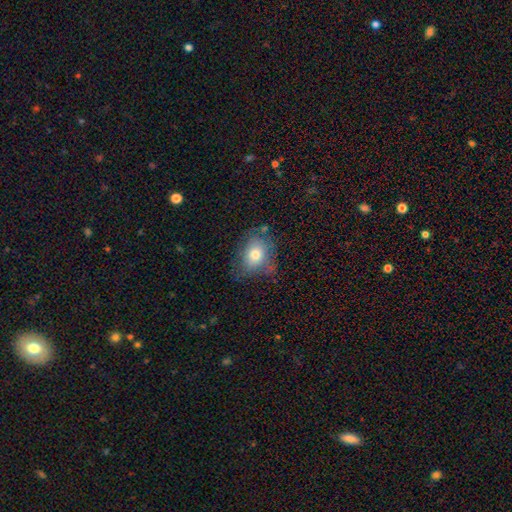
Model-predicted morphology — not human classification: type=smooth (69%); roundness=in between (59%); merging=none (58%).